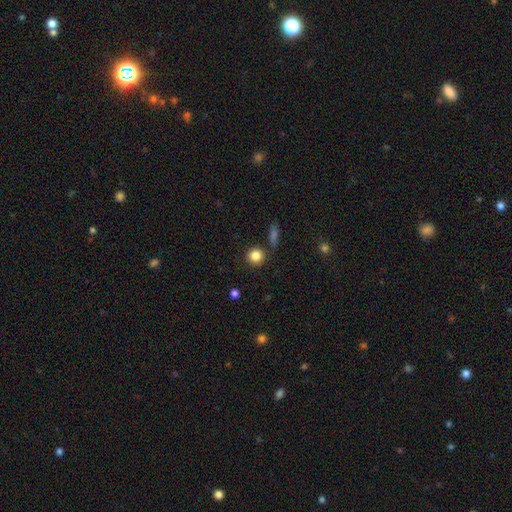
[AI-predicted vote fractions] Overall: smooth (85%). How rounded: round (90%). Merging: none (84%).